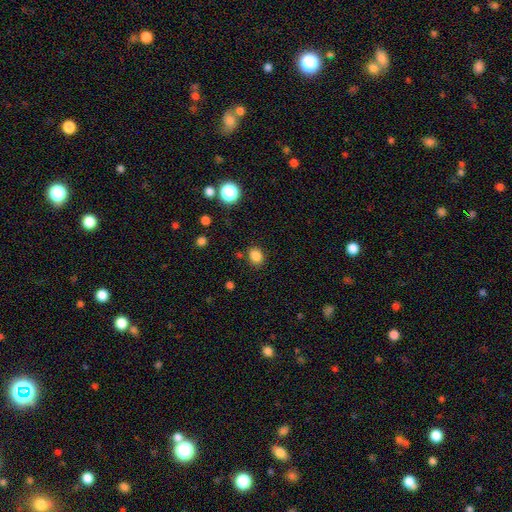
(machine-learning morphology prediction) Overall: smooth (83%). How rounded: round (55%; in between 44%). Merging: none (81%).